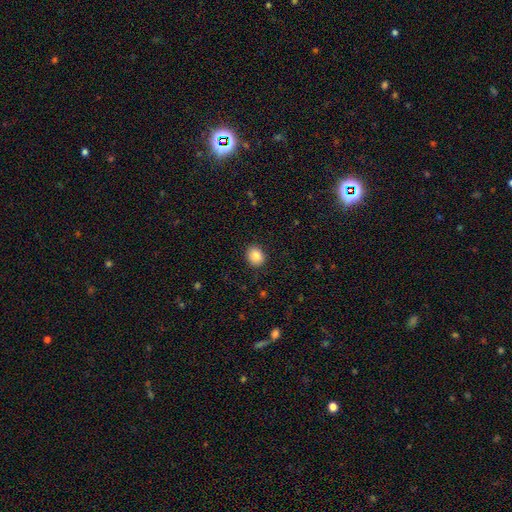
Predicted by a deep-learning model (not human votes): The model was most divided on "how rounded": round: 67%, in between: 32%, cigar-shaped: 1%. More confident: merging — none (89%); smooth or featured — smooth (86%).